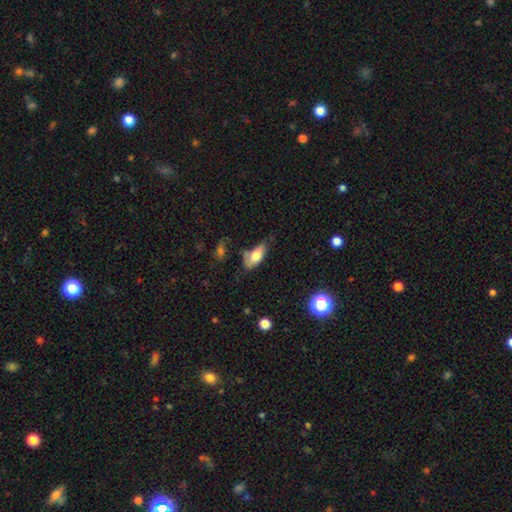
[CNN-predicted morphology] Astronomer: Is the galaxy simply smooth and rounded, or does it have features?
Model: smooth — 72%.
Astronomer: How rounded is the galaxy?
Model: in between — 87%.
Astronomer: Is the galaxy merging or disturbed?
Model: none — 40% (runner-up: minor disturbance, 34%).